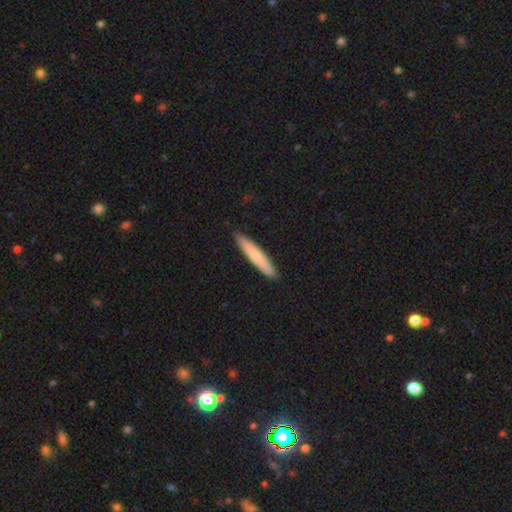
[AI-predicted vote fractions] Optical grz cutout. It shows a smooth galaxy with no disk features (73%) that is cigar-shaped (92%). Merging: none (89%).